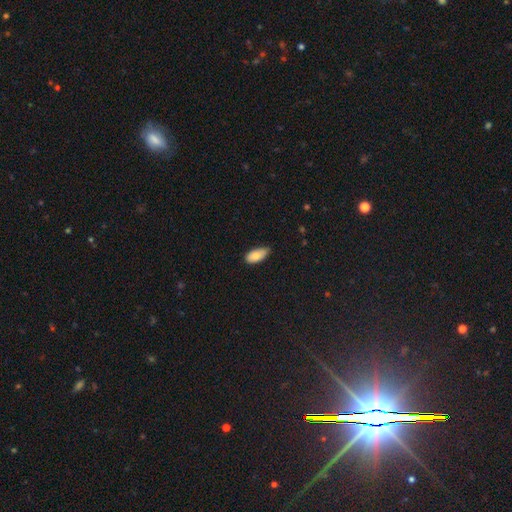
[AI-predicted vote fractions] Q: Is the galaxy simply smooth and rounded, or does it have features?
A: smooth — 81%.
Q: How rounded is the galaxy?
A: in between — 91%.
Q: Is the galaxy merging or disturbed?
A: none — 65%.